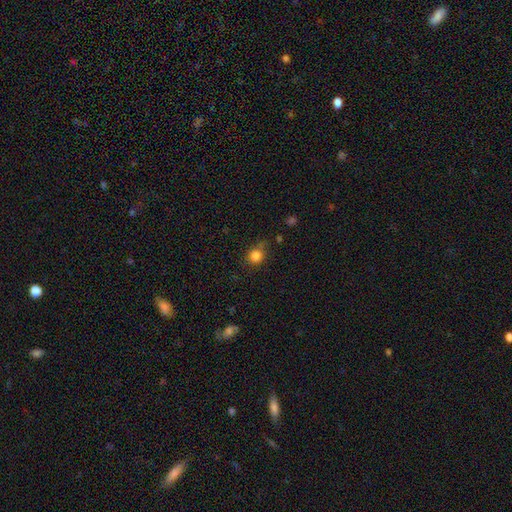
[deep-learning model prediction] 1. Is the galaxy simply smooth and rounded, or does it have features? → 83% smooth, 12% star or artifact, 5% featured or disk.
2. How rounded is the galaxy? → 87% round, 12% in between, 1% cigar-shaped.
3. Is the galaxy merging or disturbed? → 68% none, 21% minor disturbance, 6% major disturbance, 4% merger.